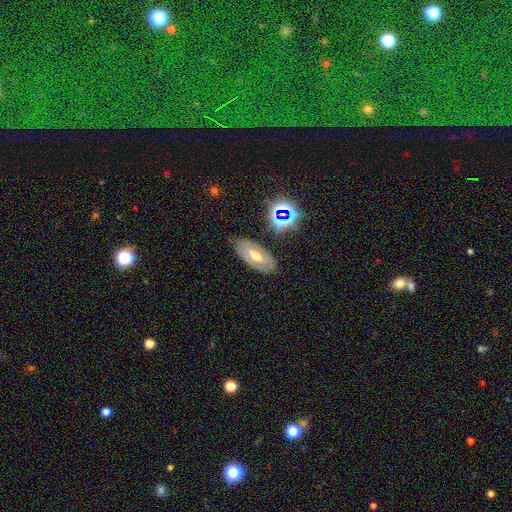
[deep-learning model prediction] This is possibly a featured or disk galaxy (55%). It is clearly not viewed edge-on (85%). Merging: likely none (80%).